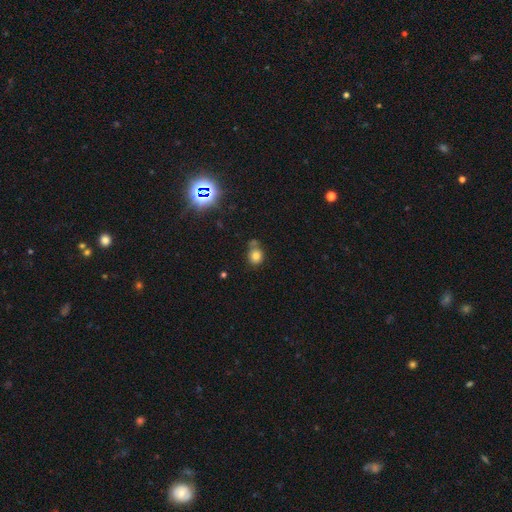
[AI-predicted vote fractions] Smooth or featured: smooth — 78% (star or artifact — 15%)
How rounded: round — 72% (in between — 27%)
Merging: none — 59% (merger — 19%)